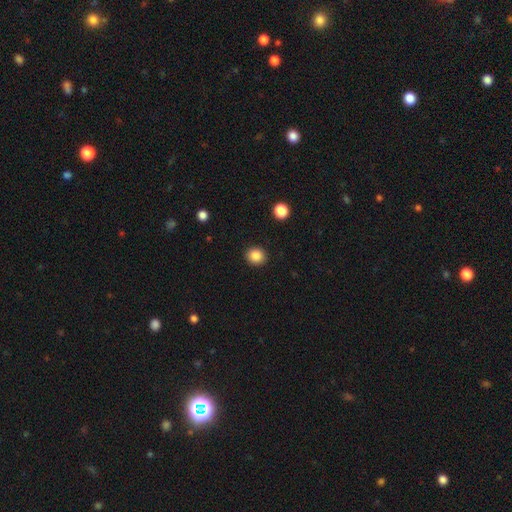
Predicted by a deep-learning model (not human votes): A smooth galaxy with no disk features (87%) that is round (83%). Merging: none (91%).